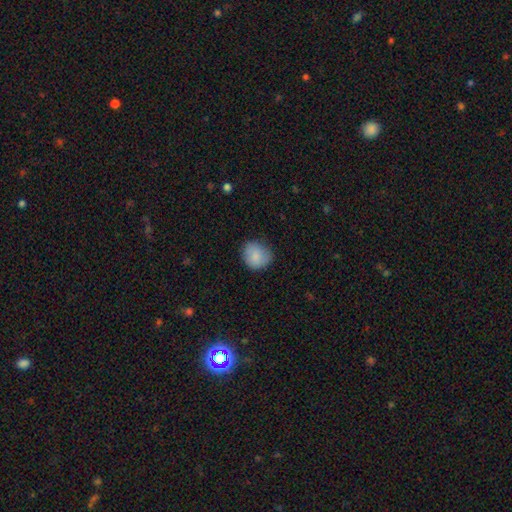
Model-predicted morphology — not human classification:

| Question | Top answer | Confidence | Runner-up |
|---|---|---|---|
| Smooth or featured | smooth | 86% | star or artifact (7%) |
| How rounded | round | 78% | in between (22%) |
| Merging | none | 74% | minor disturbance (20%) |